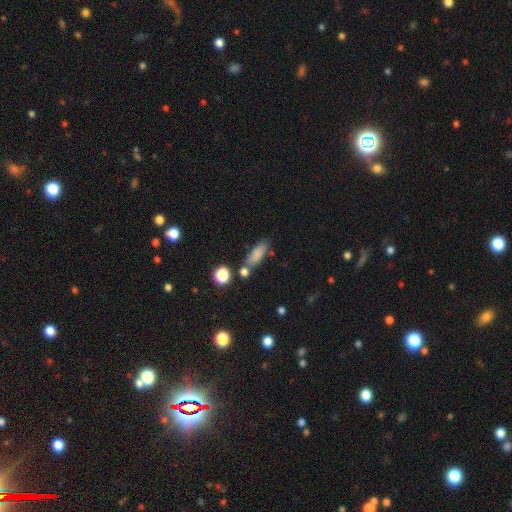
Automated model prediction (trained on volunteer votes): A smooth galaxy with no disk features (81%) that is in between round and cigar-shaped (67%). Merging: none (66%).